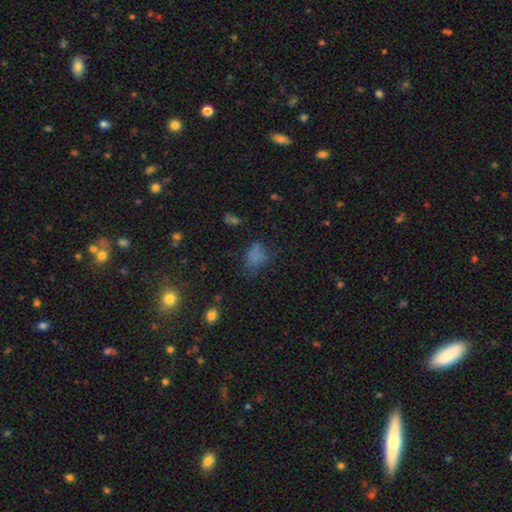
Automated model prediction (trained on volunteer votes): Morphology: type=smooth (68%); roundness=in between (73%); merging=none (47%).